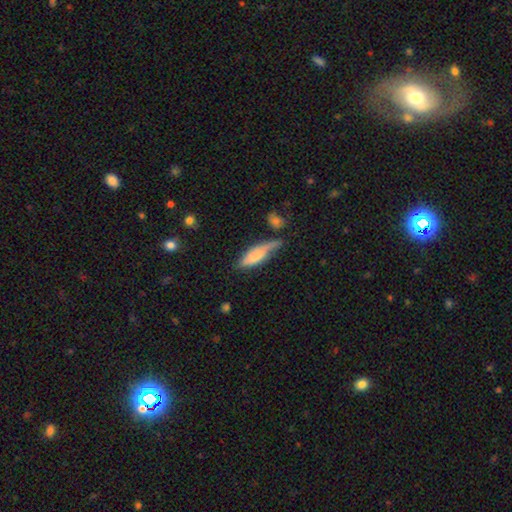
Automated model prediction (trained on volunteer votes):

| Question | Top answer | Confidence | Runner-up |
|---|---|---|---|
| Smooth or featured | smooth | 65% | featured or disk (28%) |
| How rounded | cigar-shaped | 50% | in between (48%) |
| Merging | none | 41% | minor disturbance (33%) |